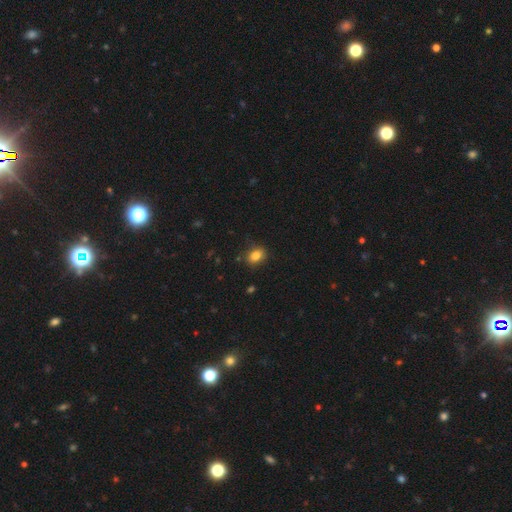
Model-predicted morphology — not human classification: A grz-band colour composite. It shows a smooth galaxy with no disk features (84%) that is in between round and cigar-shaped (66%). Merging: none (83%).